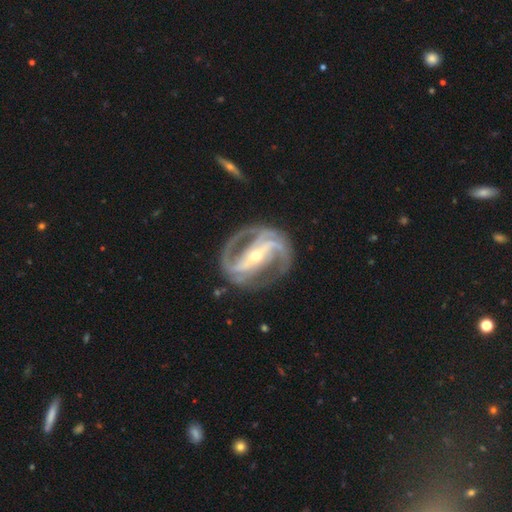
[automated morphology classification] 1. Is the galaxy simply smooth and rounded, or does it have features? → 92% featured or disk, 5% star or artifact, 3% smooth.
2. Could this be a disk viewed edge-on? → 96% no, 4% yes.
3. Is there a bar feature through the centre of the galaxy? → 73% strong, 18% weak, 10% no.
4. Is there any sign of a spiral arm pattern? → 97% yes, 3% no.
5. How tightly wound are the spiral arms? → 52% medium, 33% tight, 15% loose.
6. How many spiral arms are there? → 71% 2, 16% 3, 5% can't tell, 3% 4, 3% 1, 2% more than 4.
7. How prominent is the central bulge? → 60% small, 37% moderate, 2% large, 1% none, 1% dominant.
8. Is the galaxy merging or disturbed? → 75% none, 15% minor disturbance, 8% major disturbance, 2% merger.